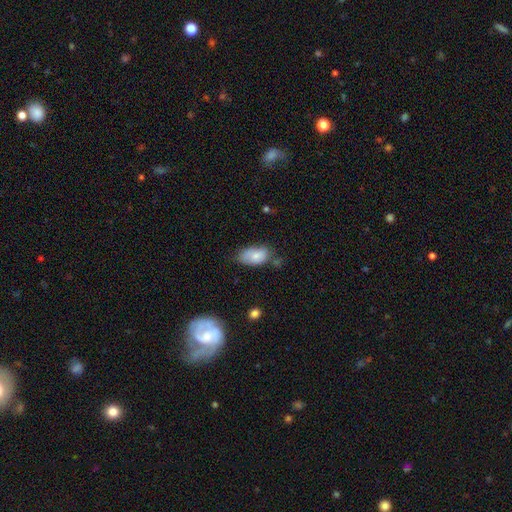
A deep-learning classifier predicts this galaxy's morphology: Overall: smooth (77%). How rounded: in between (93%). Merging: none (52%; minor disturbance 33%).